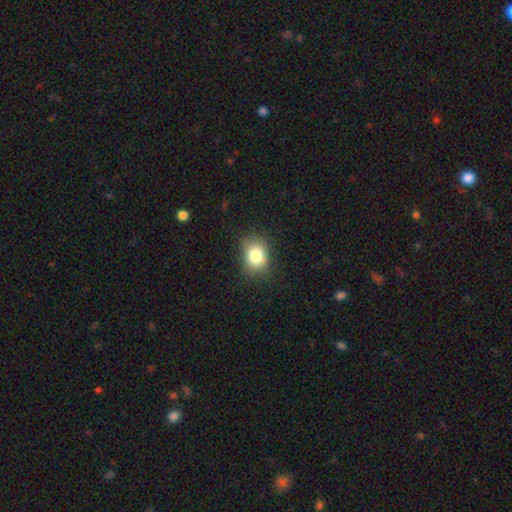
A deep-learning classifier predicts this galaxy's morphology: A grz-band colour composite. It shows a smooth galaxy with no disk features (81%) that is in between round and cigar-shaped (54%). Merging: none (78%).